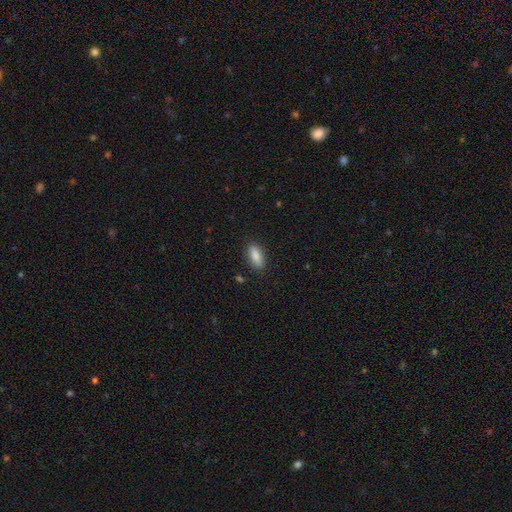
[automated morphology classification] This is clearly a smooth galaxy (87%). How rounded: likely in between (79%). Merging: clearly none (87%).